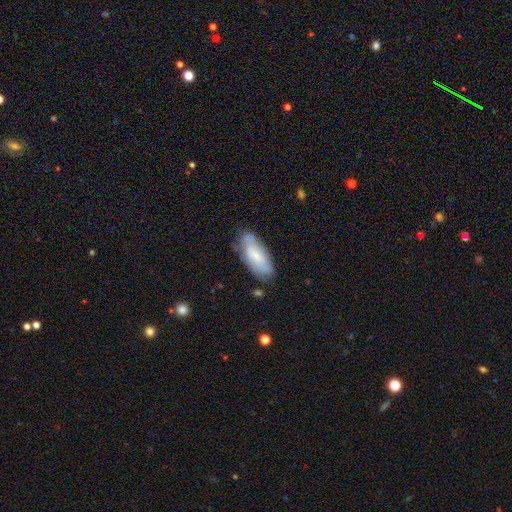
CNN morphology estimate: type=smooth (68%); roundness=in between (82%); merging=none (66%).